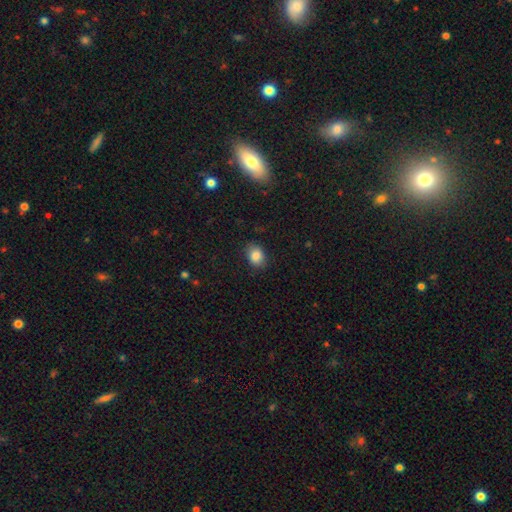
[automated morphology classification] This is clearly a smooth galaxy (85%). How rounded: likely in between (63%). Merging: clearly none (81%).